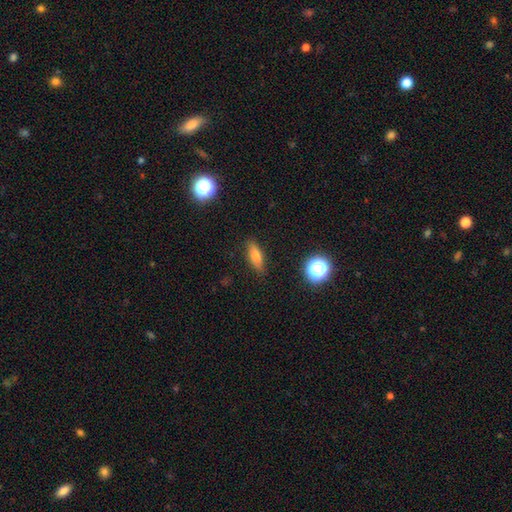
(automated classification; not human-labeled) Smooth or featured? Predicted: smooth (p=0.70). How rounded? Predicted: in between (p=0.60). Merging? Predicted: none (p=0.87).